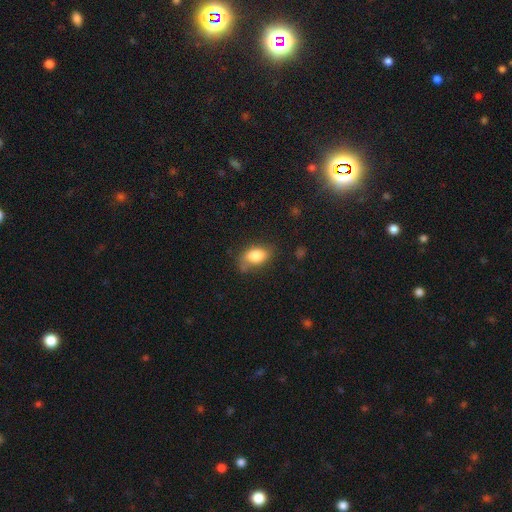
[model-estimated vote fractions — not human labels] Smooth or featured? smooth (82%)
How rounded? in between (87%)
Merging? none (58%)